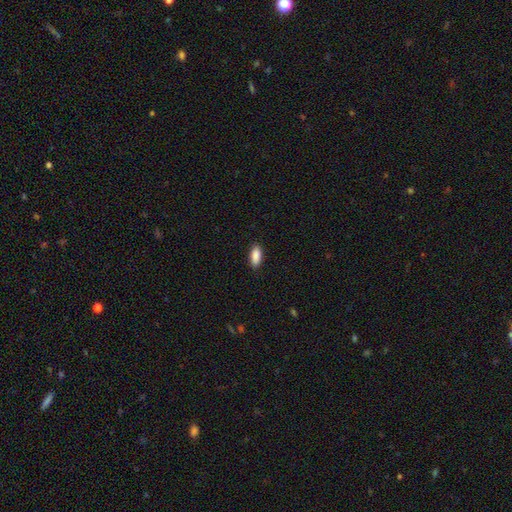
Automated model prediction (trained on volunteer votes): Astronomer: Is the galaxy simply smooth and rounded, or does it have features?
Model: smooth — 89%.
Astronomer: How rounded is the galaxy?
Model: in between — 85%.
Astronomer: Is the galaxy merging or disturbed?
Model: none — 88%.